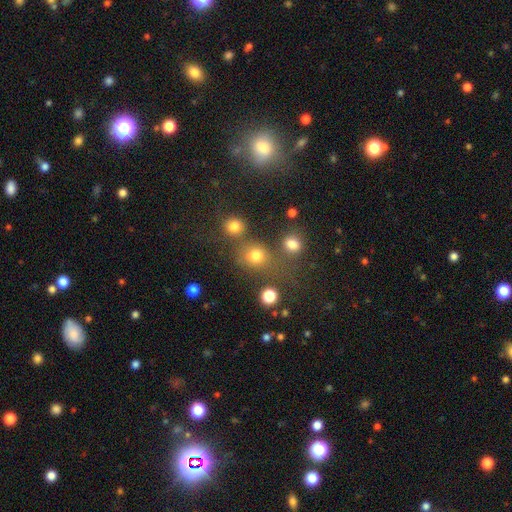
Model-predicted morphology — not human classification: This appears to be a smooth galaxy with no disk features (76%) that is round (79%). Merging: none (57%).